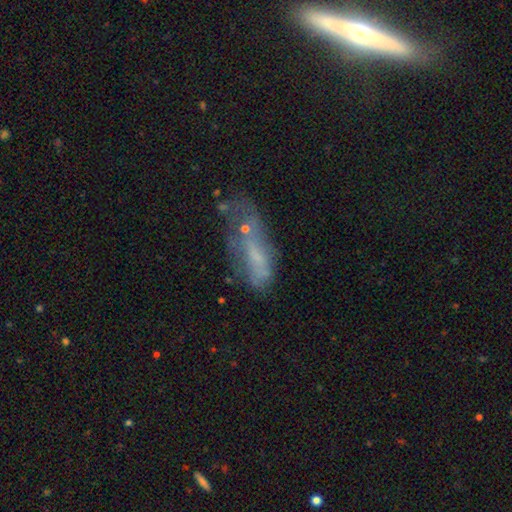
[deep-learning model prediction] Overall: smooth (46%; featured or disk 40%). Merging: none (38%; major disturbance 27%).